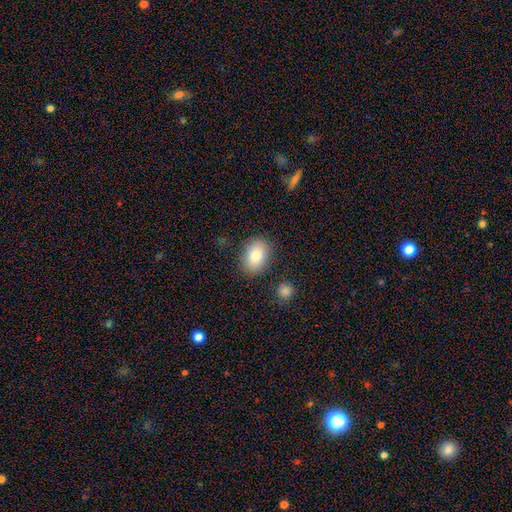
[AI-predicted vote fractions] Smooth or featured? Predicted: smooth (p=0.83). How rounded? Predicted: in between (p=0.77). Merging? Predicted: none (p=0.83).